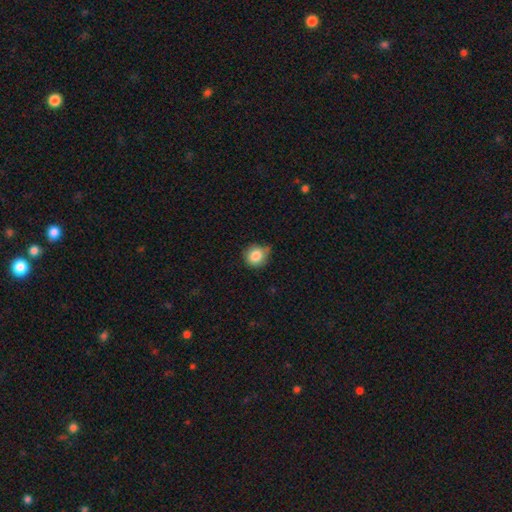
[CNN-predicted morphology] smooth 84%, star or artifact 9%, featured or disk 6%. Down the decision tree: how rounded — round (84%); merging — none (63%).